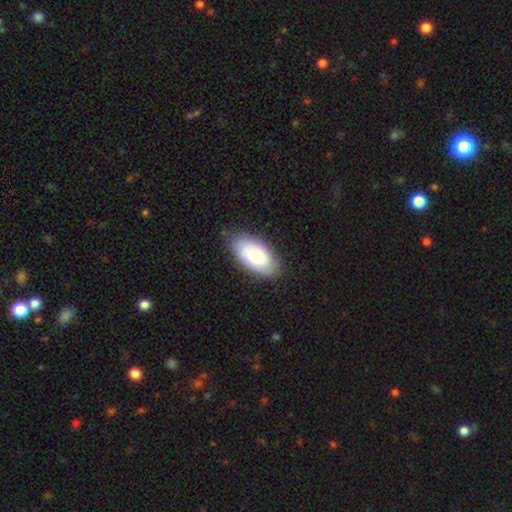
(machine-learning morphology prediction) Smooth or featured: smooth — 73% (featured or disk — 20%)
How rounded: in between — 94% (round — 4%)
Merging: none — 79% (minor disturbance — 16%)